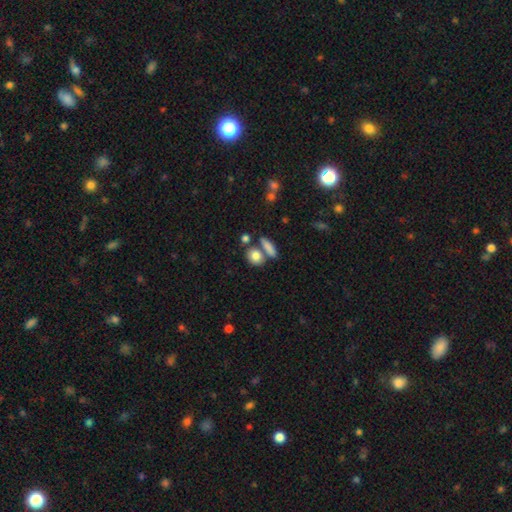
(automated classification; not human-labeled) Smooth or featured? Predicted: smooth (p=0.82). How rounded? Predicted: round (p=0.49). Merging? Predicted: none (p=0.59).